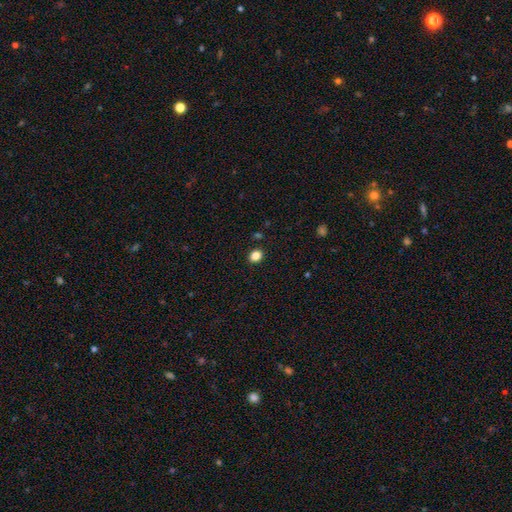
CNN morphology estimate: Smooth or featured?
  - smooth: 85% *
  - star or artifact: 11%
  - featured or disk: 4%
How rounded?
  - round: 56% *
  - in between: 43%
  - cigar-shaped: 1%
Merging?
  - none: 90% *
  - minor disturbance: 6%
  - major disturbance: 2%
  - merger: 2%